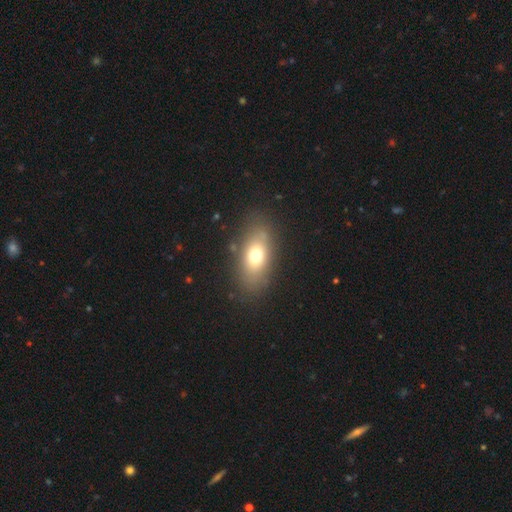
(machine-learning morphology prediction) A smooth galaxy with no disk features (69%) that is in between round and cigar-shaped (82%).

Vote fractions:
- Smooth or featured? smooth: 69% / featured or disk: 20% / star or artifact: 11%
- How rounded? in between: 82% / round: 12% / cigar-shaped: 6%
- Merging? none: 81% / minor disturbance: 12% / major disturbance: 5% / merger: 2%